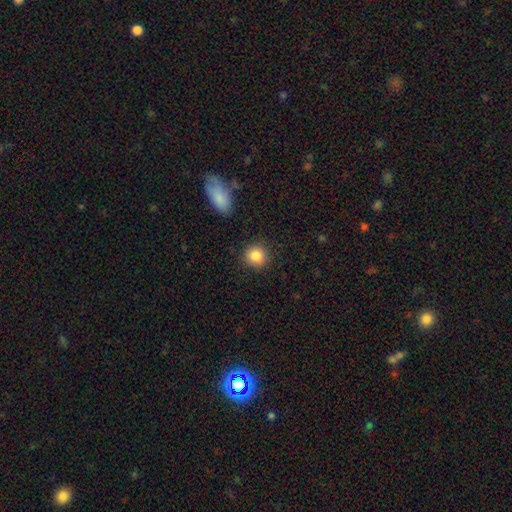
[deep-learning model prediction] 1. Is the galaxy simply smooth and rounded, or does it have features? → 87% smooth, 9% star or artifact, 5% featured or disk.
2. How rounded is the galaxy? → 89% round, 10% in between, 1% cigar-shaped.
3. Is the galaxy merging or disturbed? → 89% none, 7% minor disturbance, 2% major disturbance, 2% merger.